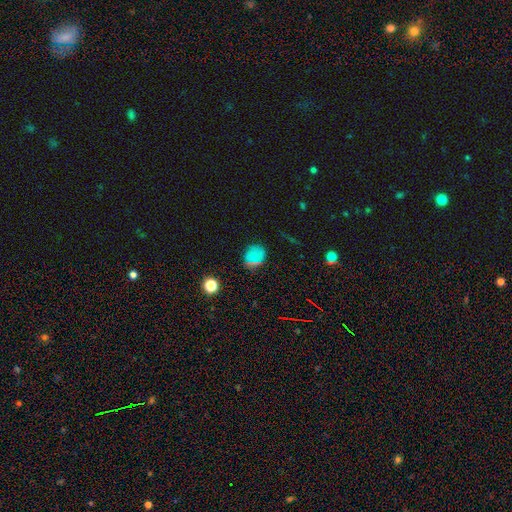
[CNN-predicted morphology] Overall: smooth (63%; star or artifact 25%). How rounded: round (77%). Merging: none (82%).